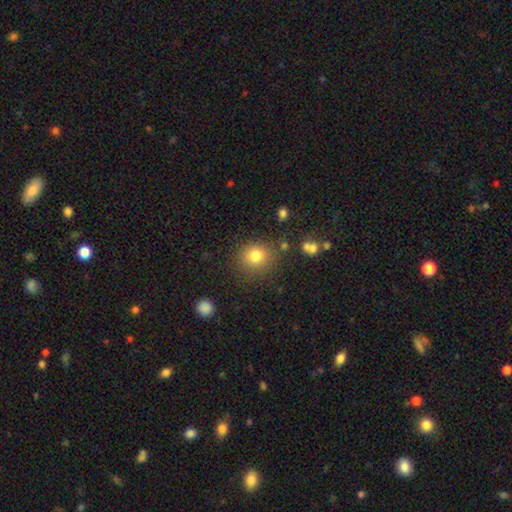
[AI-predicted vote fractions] A smooth galaxy with no disk features (80%) that is round (83%).

Vote fractions:
- Smooth or featured? smooth: 80% / star or artifact: 12% / featured or disk: 8%
- How rounded? round: 83% / in between: 16% / cigar-shaped: 1%
- Merging? none: 81% / minor disturbance: 11% / major disturbance: 4% / merger: 3%